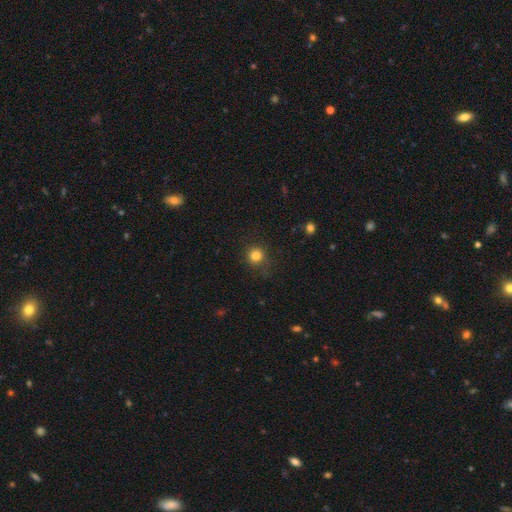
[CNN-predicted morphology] A smooth galaxy with no disk features (82%) that is round (91%).

Vote fractions:
- Smooth or featured? smooth: 82% / star or artifact: 13% / featured or disk: 5%
- How rounded? round: 91% / in between: 8% / cigar-shaped: 1%
- Merging? none: 79% / minor disturbance: 14% / major disturbance: 6% / merger: 1%